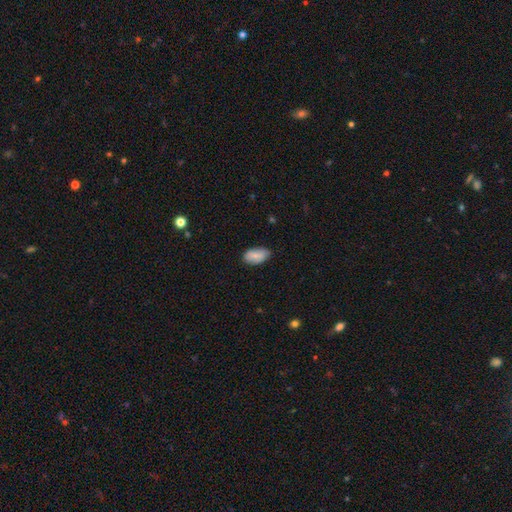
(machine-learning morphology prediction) This appears to be a smooth galaxy with no disk features (81%) that is in between round and cigar-shaped (94%). Merging: none (79%).